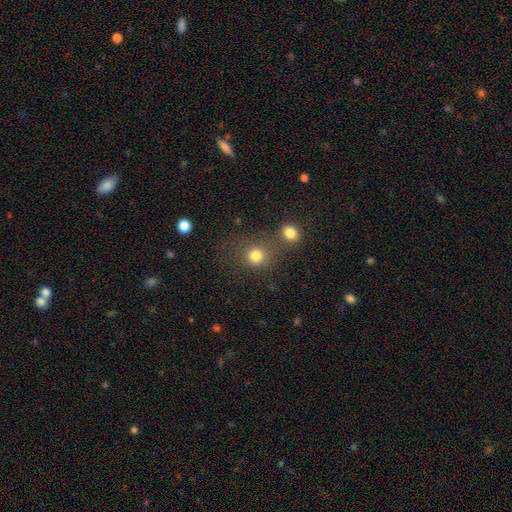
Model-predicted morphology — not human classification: smooth 79%, star or artifact 14%, featured or disk 7%. Down the decision tree: how rounded — round (83%); merging — none (57%).